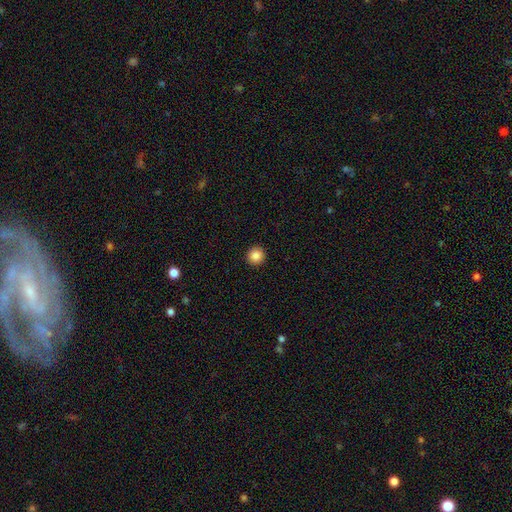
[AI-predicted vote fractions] smooth 87%, star or artifact 10%, featured or disk 4%. Down the decision tree: how rounded — round (96%); merging — none (94%).